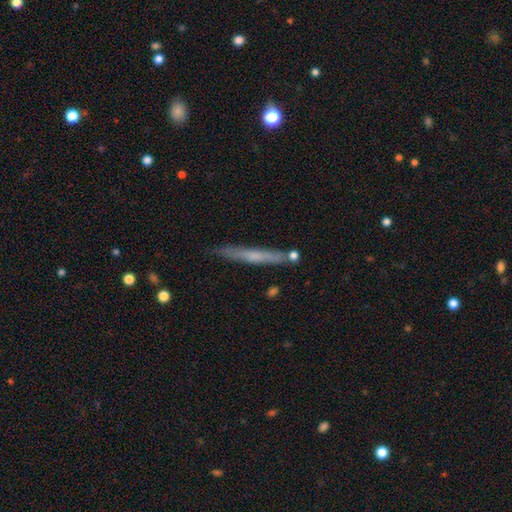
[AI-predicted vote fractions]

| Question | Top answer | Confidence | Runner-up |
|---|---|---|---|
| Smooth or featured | smooth | 48% | featured or disk (45%) |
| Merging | none | 81% | minor disturbance (12%) |